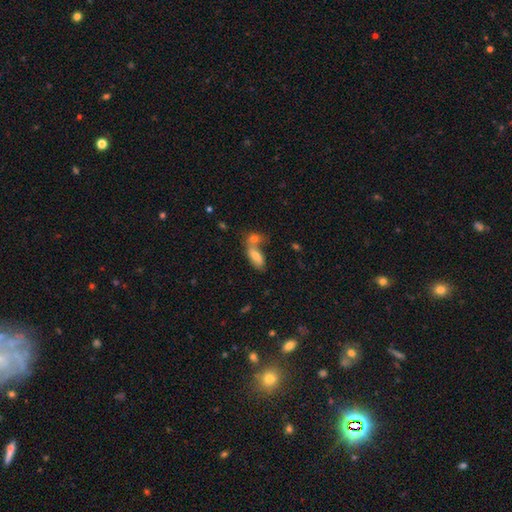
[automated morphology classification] Smooth or featured? smooth (72%)
How rounded? in between (80%)
Merging? merger (54%)